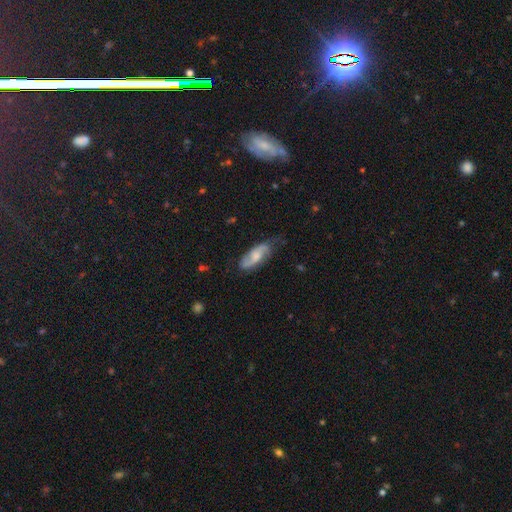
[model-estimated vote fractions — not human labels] featured or disk 60%, smooth 34%, star or artifact 6%. Down the decision tree: edge-on disk — no (87%); bar — no (57%); spiral arms — yes (90%); bulge size — moderate (47%); merging — none (63%).